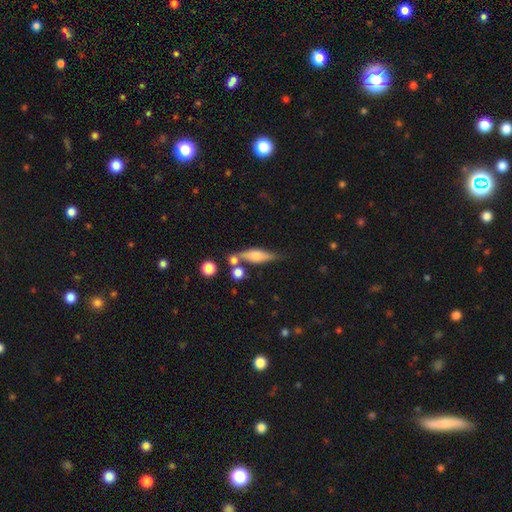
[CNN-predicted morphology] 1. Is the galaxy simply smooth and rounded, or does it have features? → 50% smooth, 42% featured or disk, 8% star or artifact.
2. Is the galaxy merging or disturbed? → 61% none, 17% minor disturbance, 16% merger, 6% major disturbance.